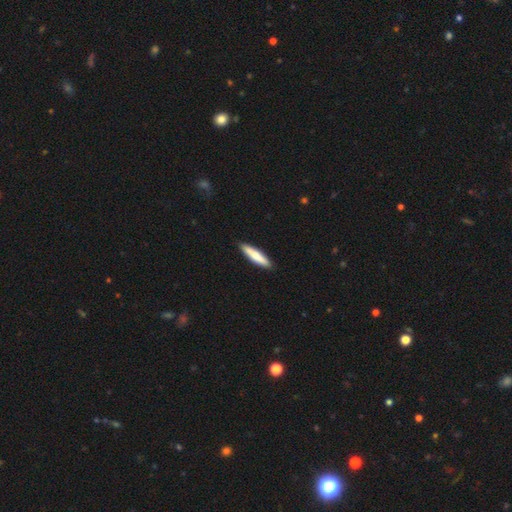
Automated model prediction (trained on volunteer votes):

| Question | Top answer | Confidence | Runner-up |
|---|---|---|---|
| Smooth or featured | smooth | 71% | featured or disk (24%) |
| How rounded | cigar-shaped | 83% | in between (15%) |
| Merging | none | 91% | minor disturbance (7%) |